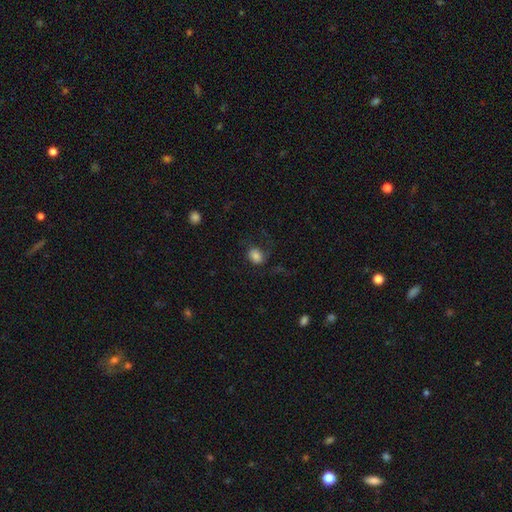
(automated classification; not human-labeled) This is likely a smooth galaxy (77%). How rounded: possibly in between (53%). Merging: possibly none (55%).